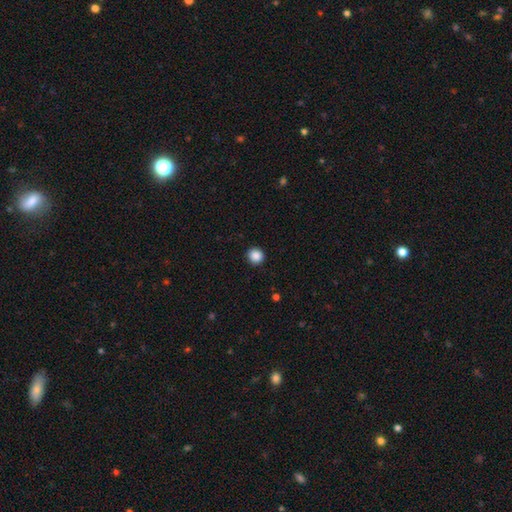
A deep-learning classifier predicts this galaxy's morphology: This is clearly a smooth galaxy (88%). How rounded: clearly round (93%). Merging: clearly none (93%).